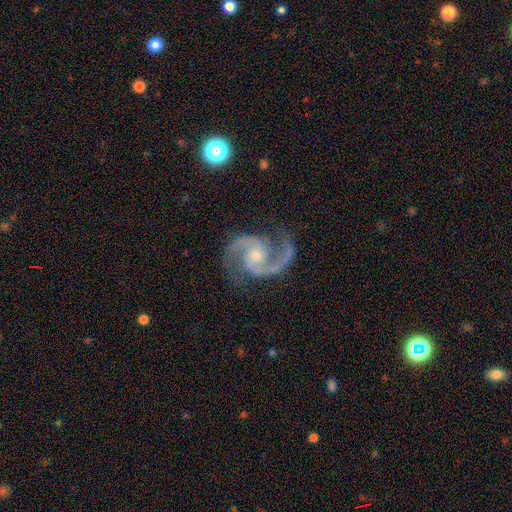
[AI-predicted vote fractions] Smooth or featured? featured or disk (94%)
Edge-on disk? no (98%)
Bar? no (59%)
Spiral arms? yes (99%)
Spiral winding? medium (68%)
Spiral arm count? 2 (94%)
Bulge size? small (58%)
Merging? none (81%)